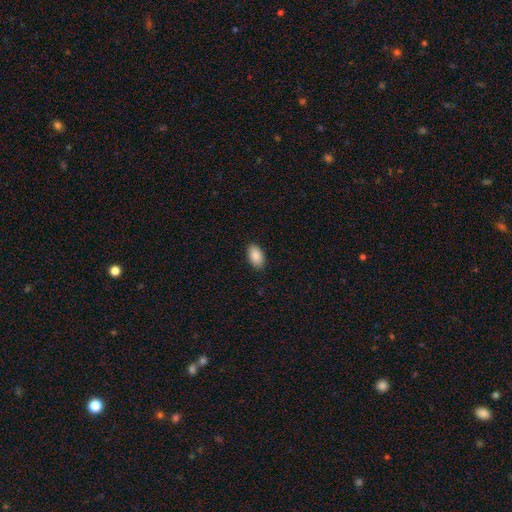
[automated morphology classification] The model was most divided on "merging": none: 89%, minor disturbance: 8%, major disturbance: 2%, merger: 1%. More confident: how rounded — in between (94%); smooth or featured — smooth (90%).